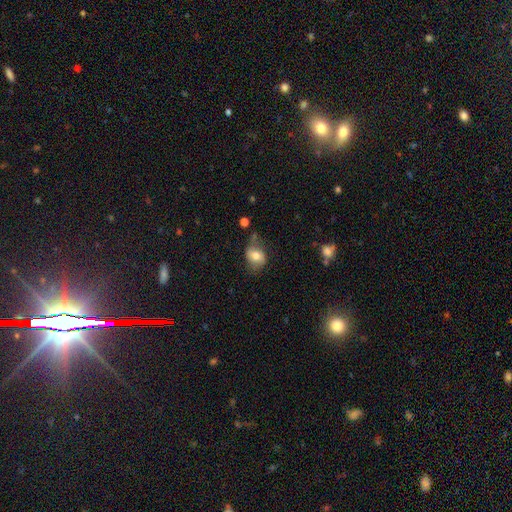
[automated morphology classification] A smooth galaxy with no disk features (69%) that is in between round and cigar-shaped (59%). Merging: none (55%).